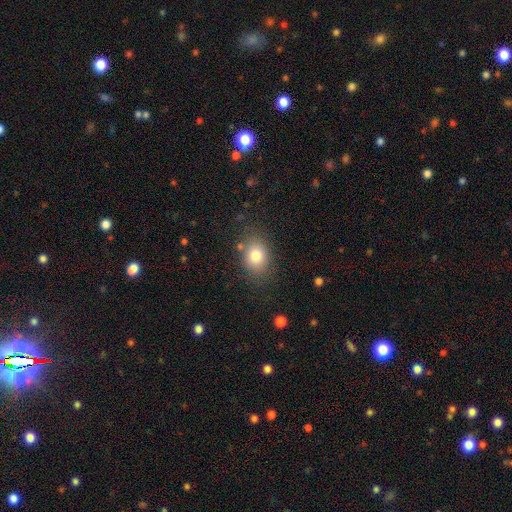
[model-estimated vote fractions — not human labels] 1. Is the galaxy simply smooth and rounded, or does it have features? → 79% smooth, 10% featured or disk, 10% star or artifact.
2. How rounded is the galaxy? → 62% in between, 37% round, 1% cigar-shaped.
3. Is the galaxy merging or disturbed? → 78% none, 14% minor disturbance, 5% major disturbance, 3% merger.